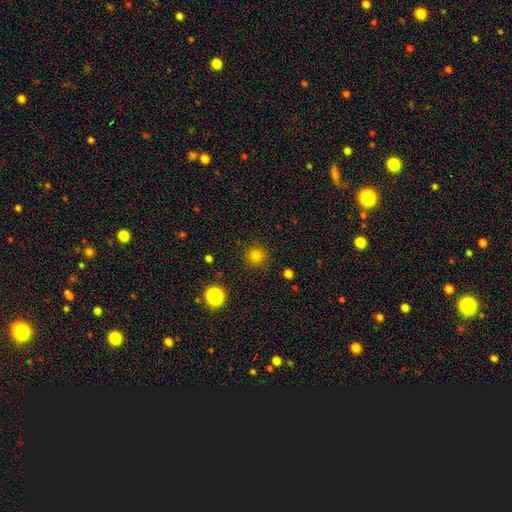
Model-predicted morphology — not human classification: type=smooth (81%); roundness=round (94%); merging=none (89%).